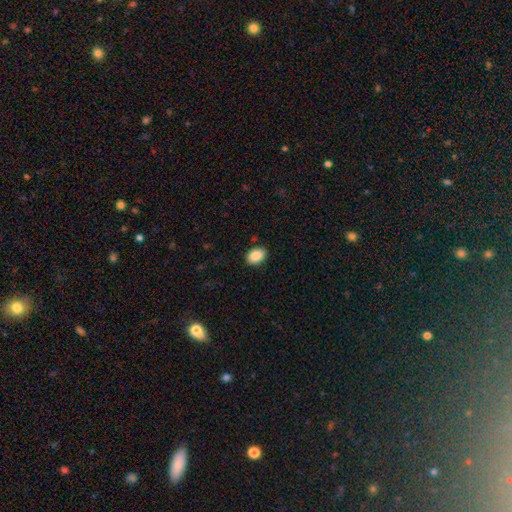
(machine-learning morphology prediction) smooth_or_featured: smooth (p=0.89) [alt: star or artifact p=0.07]
how_rounded: in between (p=0.80) [alt: round p=0.19]
merging: none (p=0.88) [alt: minor disturbance p=0.09]